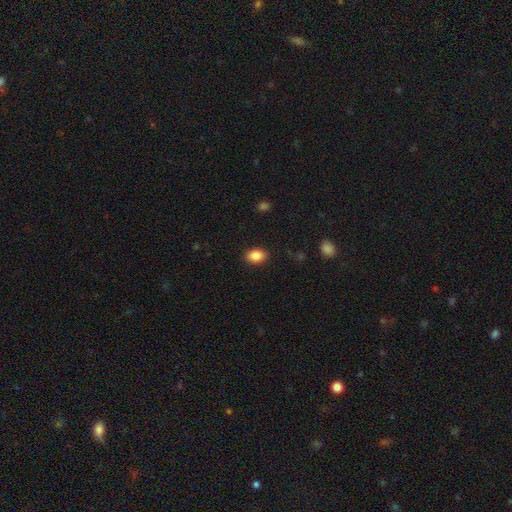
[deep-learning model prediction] Smooth or featured? smooth (88%)
How rounded? in between (80%)
Merging? none (88%)